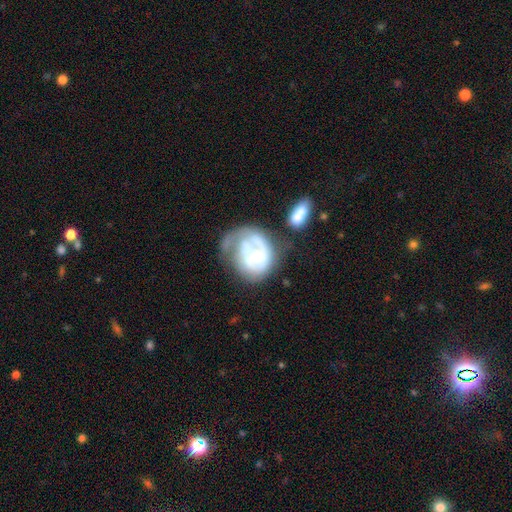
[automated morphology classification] Overall: featured or disk (79%). Edge-on disk: no (98%). Bar: no (62%; weak 31%). Spiral arms: yes (86%). Spiral arm count: 2 (38%; 1 33%). Spiral winding: tight (48%; medium 36%). Bulge size: moderate (61%; small 27%). Merging: none (32%; major disturbance 31%).